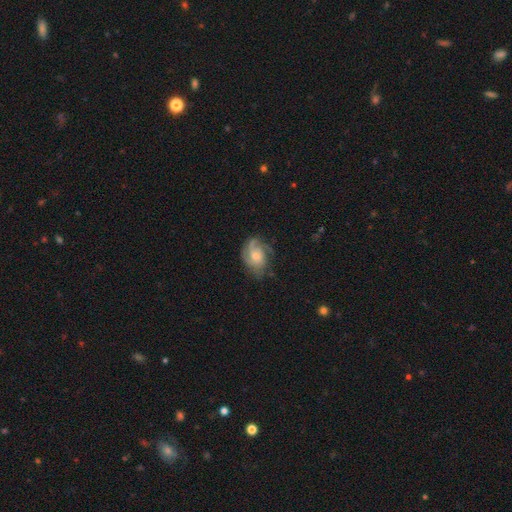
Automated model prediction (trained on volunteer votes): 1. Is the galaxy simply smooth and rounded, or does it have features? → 70% featured or disk, 23% smooth, 7% star or artifact.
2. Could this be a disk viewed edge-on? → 97% no, 3% yes.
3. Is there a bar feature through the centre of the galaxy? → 71% no, 26% weak, 3% strong.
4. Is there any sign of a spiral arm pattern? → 90% yes, 10% no.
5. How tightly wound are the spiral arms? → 42% tight, 41% medium, 17% loose.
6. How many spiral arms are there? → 30% can't tell, 25% 3, 25% 2, 8% 1, 7% 4, 5% more than 4.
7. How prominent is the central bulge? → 49% moderate, 34% small, 9% large, 7% none, 1% dominant.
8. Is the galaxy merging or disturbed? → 60% none, 24% minor disturbance, 14% major disturbance, 2% merger.